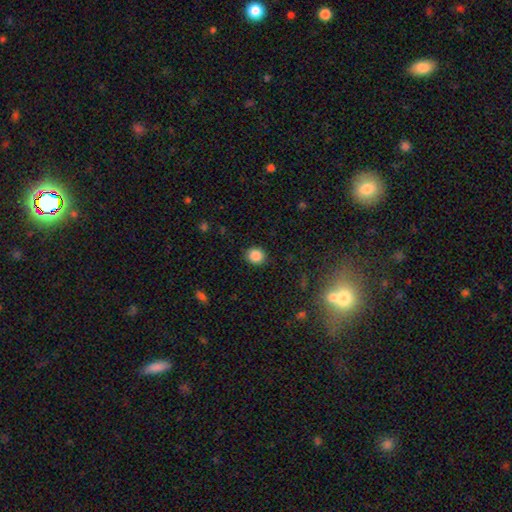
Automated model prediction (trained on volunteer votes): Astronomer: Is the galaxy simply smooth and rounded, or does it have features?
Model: smooth — 86%.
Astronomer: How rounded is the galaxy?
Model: round — 81%.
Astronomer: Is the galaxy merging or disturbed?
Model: none — 90%.